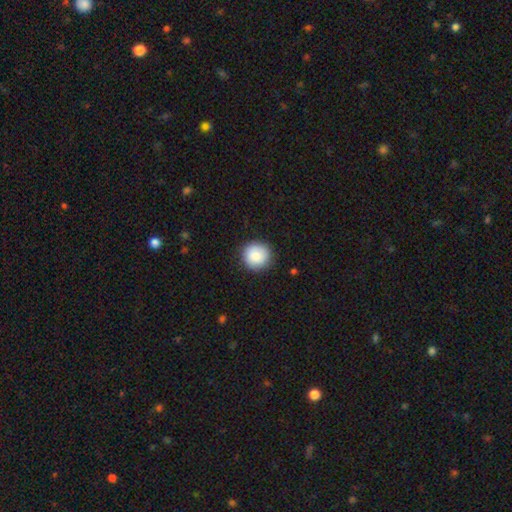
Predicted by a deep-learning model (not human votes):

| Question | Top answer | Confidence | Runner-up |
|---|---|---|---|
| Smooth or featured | smooth | 87% | star or artifact (7%) |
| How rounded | round | 95% | in between (4%) |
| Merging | none | 90% | minor disturbance (7%) |